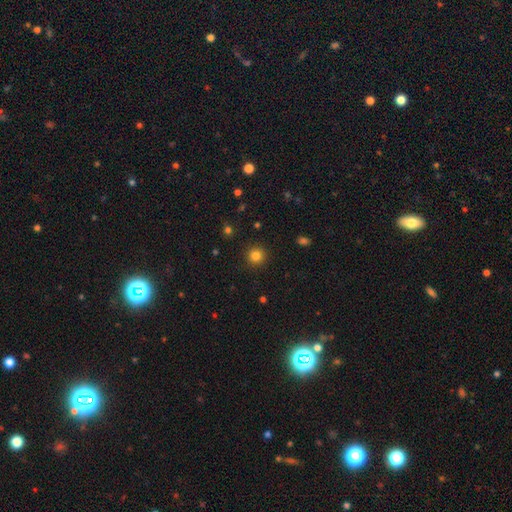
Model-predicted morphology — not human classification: The model was most divided on "smooth or featured": smooth: 83%, star or artifact: 13%, featured or disk: 5%. More confident: how rounded — round (95%); merging — none (92%).